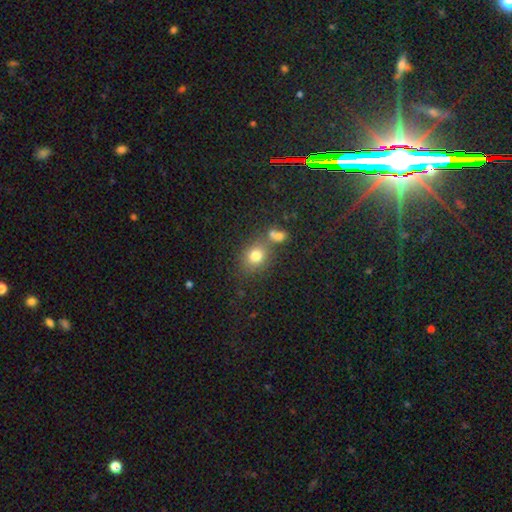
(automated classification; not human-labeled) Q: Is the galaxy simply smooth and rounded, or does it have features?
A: smooth — 77%.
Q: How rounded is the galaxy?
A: round — 65%.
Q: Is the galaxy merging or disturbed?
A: none — 62%.